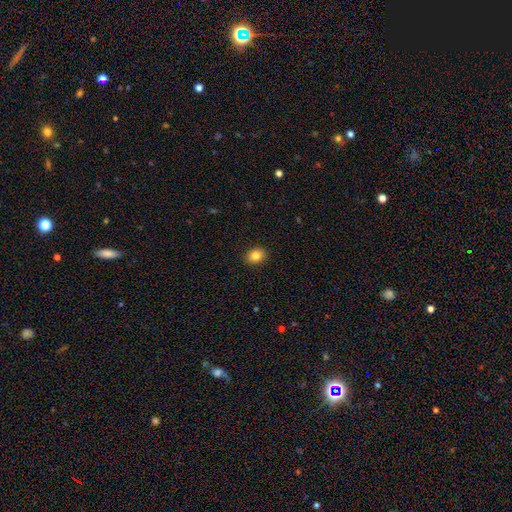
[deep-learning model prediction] A smooth galaxy with no disk features (83%) that is round (53%).

Vote fractions:
- Smooth or featured? smooth: 83% / star or artifact: 10% / featured or disk: 7%
- How rounded? round: 53% / in between: 46% / cigar-shaped: 1%
- Merging? none: 91% / minor disturbance: 6% / major disturbance: 2% / merger: 1%